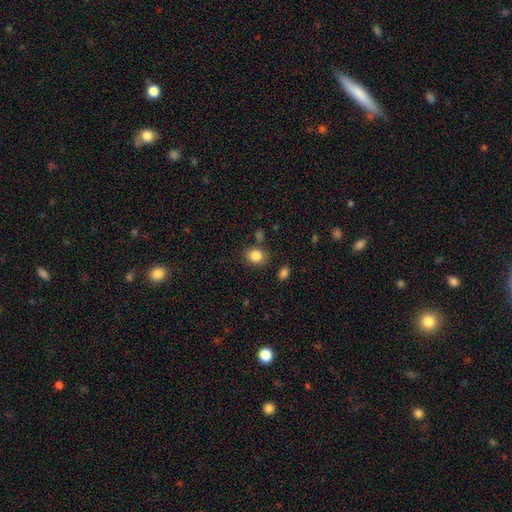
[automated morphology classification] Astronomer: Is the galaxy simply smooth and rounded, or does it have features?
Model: smooth — 86%.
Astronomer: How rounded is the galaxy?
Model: round — 61% (runner-up: in between, 38%).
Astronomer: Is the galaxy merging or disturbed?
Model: none — 78%.